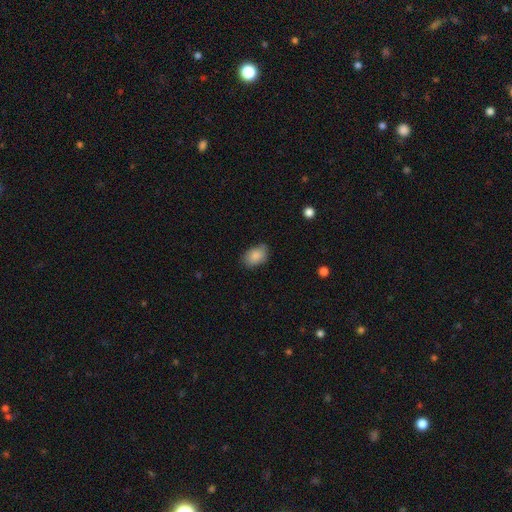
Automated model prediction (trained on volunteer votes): Overall: smooth (86%). How rounded: in between (86%). Merging: none (77%).